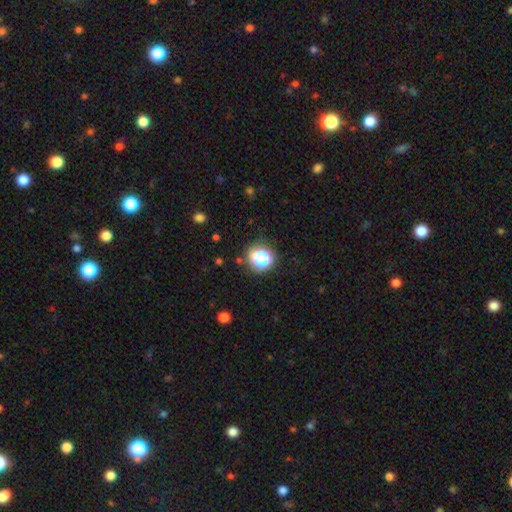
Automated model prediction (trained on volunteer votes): This appears to be a smooth galaxy with no disk features (58%) that is round (80%). Merging: none (75%).